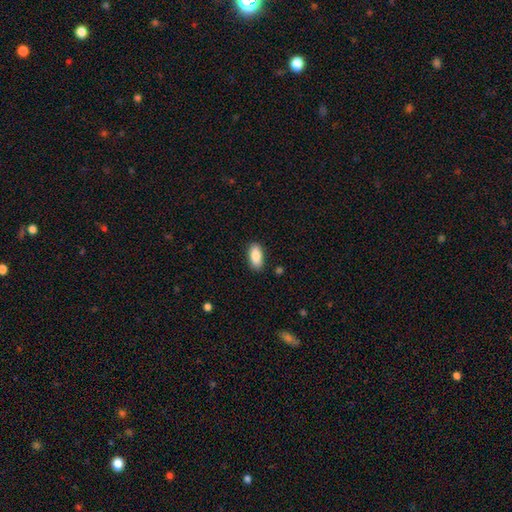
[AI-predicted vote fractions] smooth_or_featured: smooth (p=0.87) [alt: star or artifact p=0.07]
how_rounded: in between (p=0.90) [alt: cigar-shaped p=0.08]
merging: none (p=0.87) [alt: minor disturbance p=0.09]